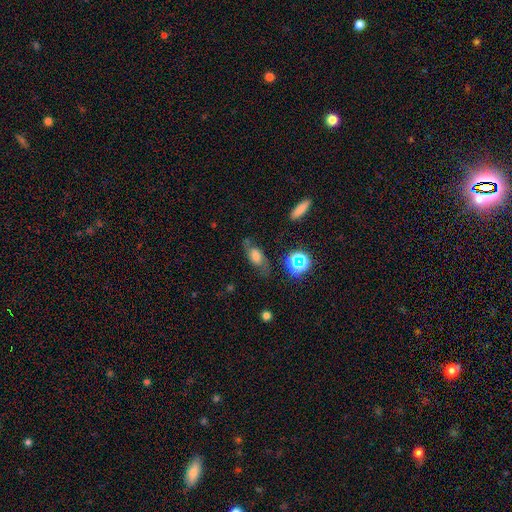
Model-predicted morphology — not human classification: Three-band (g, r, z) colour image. It shows a smooth galaxy with no disk features (47%). Merging: none (61%).